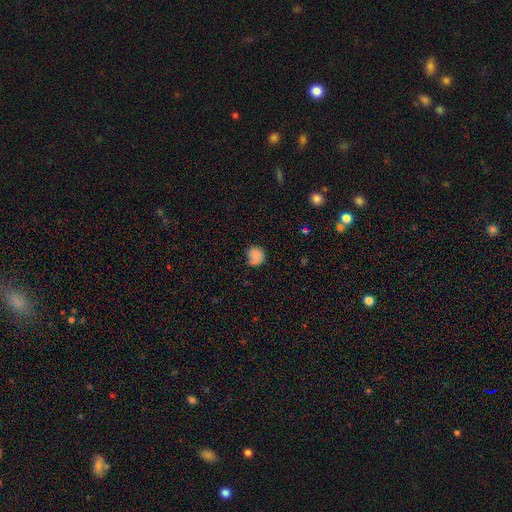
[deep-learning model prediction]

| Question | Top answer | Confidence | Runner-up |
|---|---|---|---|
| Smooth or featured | smooth | 83% | star or artifact (9%) |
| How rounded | round | 81% | in between (18%) |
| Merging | none | 63% | minor disturbance (28%) |